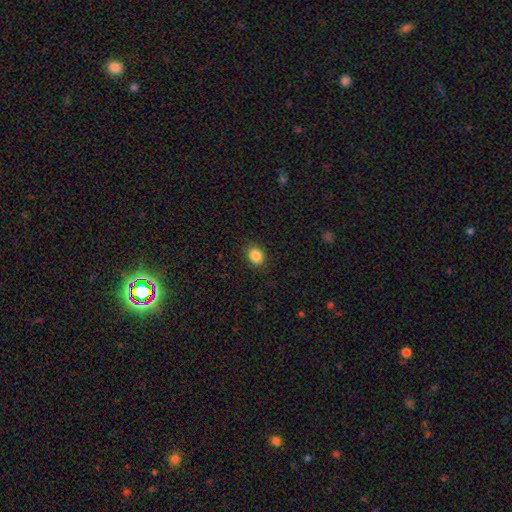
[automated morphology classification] Smooth or featured: smooth — 86% (star or artifact — 9%)
How rounded: in between — 51% (round — 48%)
Merging: none — 86% (minor disturbance — 10%)